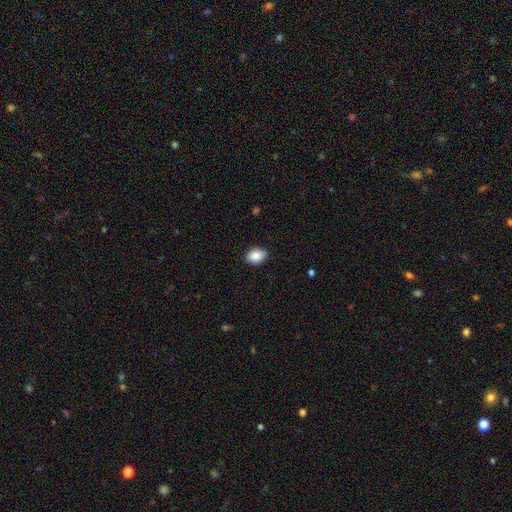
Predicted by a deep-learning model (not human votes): A smooth galaxy with no disk features (88%) that is in between round and cigar-shaped (80%). Merging: none (87%).